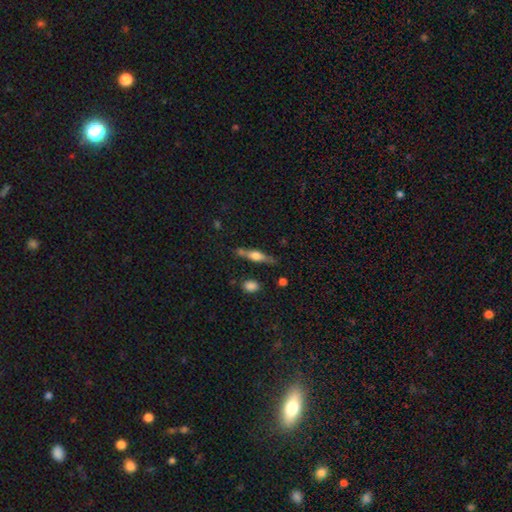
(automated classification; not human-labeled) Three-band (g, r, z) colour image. It shows a featured or disk galaxy (53%) viewed edge-on (94%). Merging: none (71%).